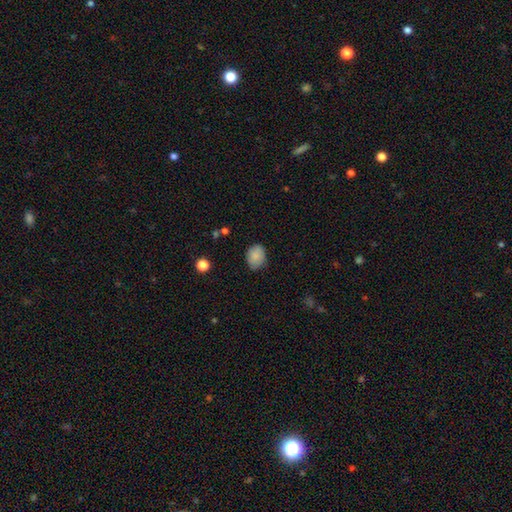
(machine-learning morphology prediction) Smooth or featured: smooth — 85% (star or artifact — 8%)
How rounded: in between — 55% (round — 45%)
Merging: none — 71% (minor disturbance — 23%)